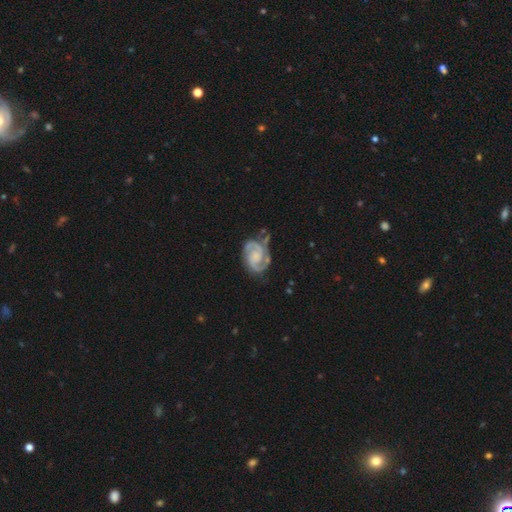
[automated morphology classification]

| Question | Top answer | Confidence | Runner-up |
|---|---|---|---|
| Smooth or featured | featured or disk | 89% | smooth (7%) |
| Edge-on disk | no | 98% | yes (2%) |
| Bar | no | 57% | weak (34%) |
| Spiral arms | yes | 98% | no (2%) |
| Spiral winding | tight | 48% | medium (44%) |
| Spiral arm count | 2 | 88% | 3 (4%) |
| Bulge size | none | 39% | small (34%) |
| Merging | none | 66% | minor disturbance (21%) |